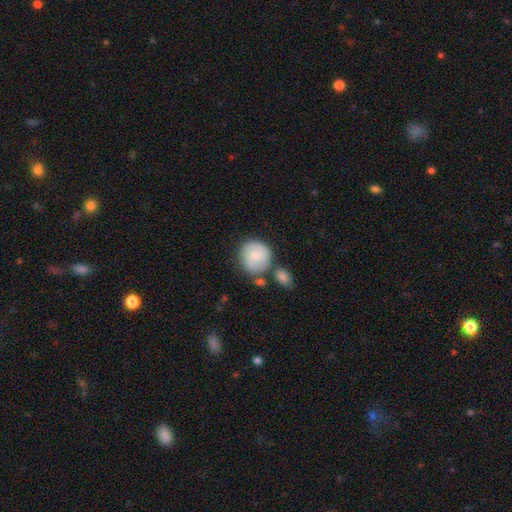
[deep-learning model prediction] Smooth or featured? smooth (72%)
How rounded? round (88%)
Merging? none (62%)